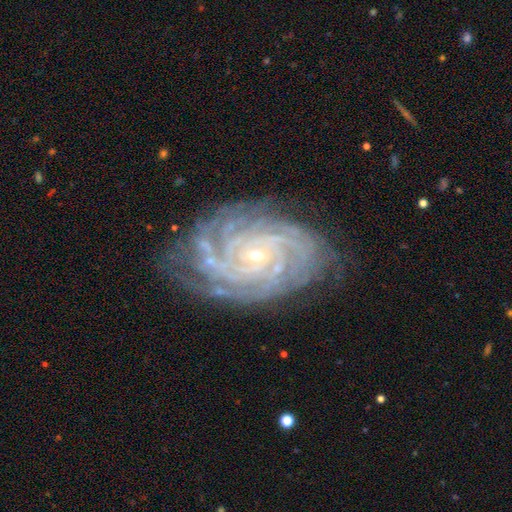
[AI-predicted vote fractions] smooth_or_featured: featured or disk (p=0.90) [alt: star or artifact p=0.06]
disk_edge_on: no (p=0.97) [alt: yes p=0.03]
bar: no (p=0.70) [alt: weak p=0.21]
has_spiral_arms: yes (p=0.98) [alt: no p=0.02]
spiral_winding: tight (p=0.83) [alt: medium p=0.14]
spiral_arm_count: 4 (p=0.27) [alt: more than 4 p=0.24]
bulge_size: small (p=0.83) [alt: moderate p=0.14]
merging: none (p=0.76) [alt: minor disturbance p=0.17]